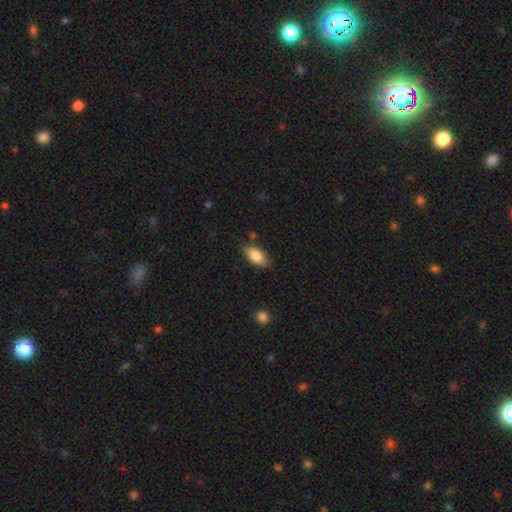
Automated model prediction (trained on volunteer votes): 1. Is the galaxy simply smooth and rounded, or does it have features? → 85% smooth, 8% featured or disk, 7% star or artifact.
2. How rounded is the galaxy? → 91% in between, 5% cigar-shaped, 4% round.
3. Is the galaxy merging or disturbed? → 77% none, 17% minor disturbance, 3% major disturbance, 2% merger.